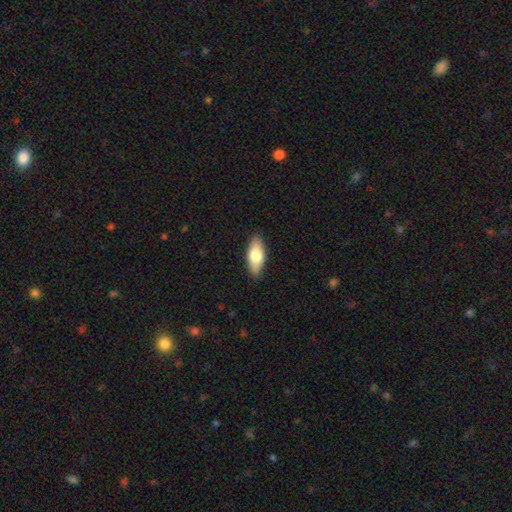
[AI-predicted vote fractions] smooth_or_featured: smooth (p=0.76) [alt: featured or disk p=0.18]
how_rounded: in between (p=0.83) [alt: cigar-shaped p=0.15]
merging: none (p=0.88) [alt: minor disturbance p=0.10]